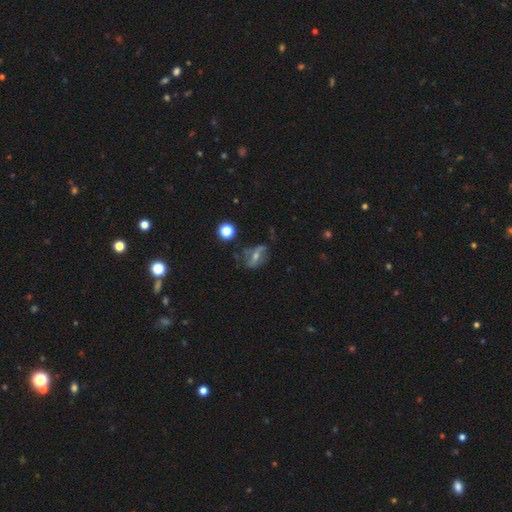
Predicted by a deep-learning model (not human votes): This appears to be a featured or disk galaxy (53%). Merging: none (57%).